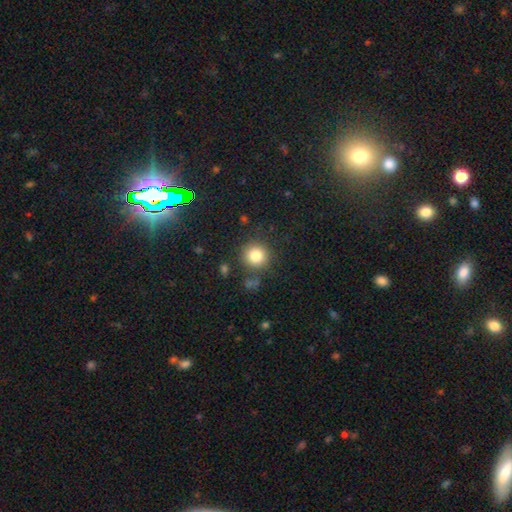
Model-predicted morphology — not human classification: The model was most divided on "smooth or featured": smooth: 83%, star or artifact: 11%, featured or disk: 6%. More confident: how rounded — round (93%); merging — none (83%).